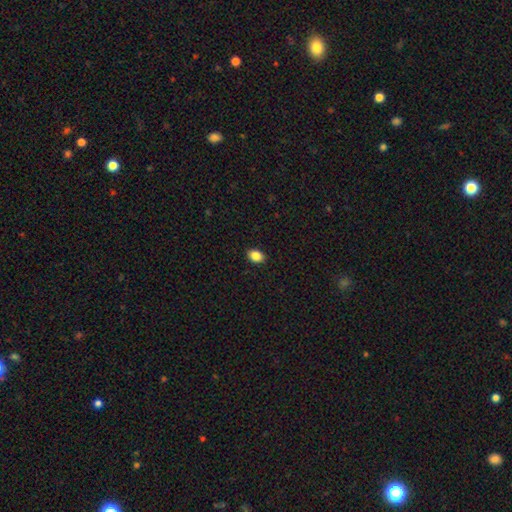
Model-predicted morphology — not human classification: A smooth galaxy with no disk features (87%) that is in between round and cigar-shaped (76%). Merging: none (90%).